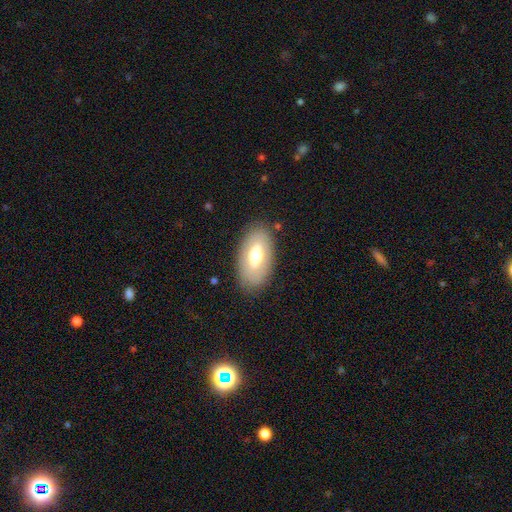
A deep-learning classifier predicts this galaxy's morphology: A smooth galaxy with no disk features (59%) that is in between round and cigar-shaped (93%).

Vote fractions:
- Smooth or featured? smooth: 59% / featured or disk: 34% / star or artifact: 7%
- How rounded? in between: 93% / round: 4% / cigar-shaped: 3%
- Merging? none: 83% / minor disturbance: 12% / major disturbance: 4% / merger: 1%